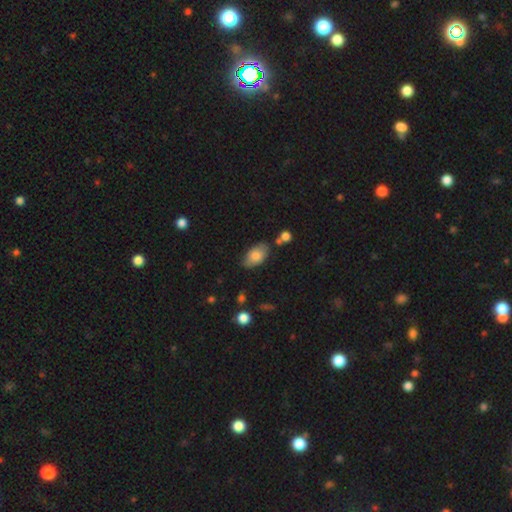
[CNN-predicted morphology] Smooth or featured? smooth (80%)
How rounded? in between (93%)
Merging? none (69%)